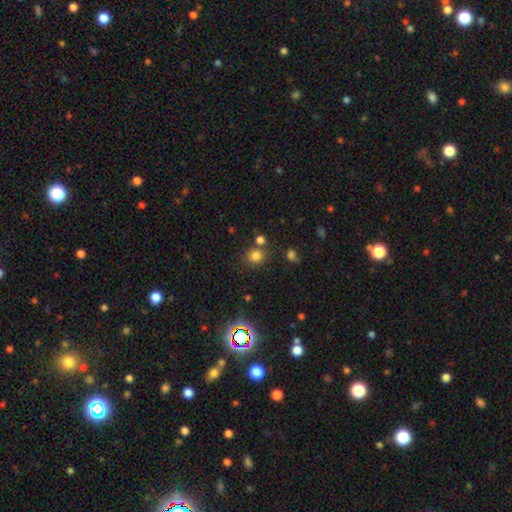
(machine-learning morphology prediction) A smooth galaxy with no disk features (77%) that is round (83%).

Vote fractions:
- Smooth or featured? smooth: 77% / star or artifact: 17% / featured or disk: 6%
- How rounded? round: 83% / in between: 16% / cigar-shaped: 1%
- Merging? none: 74% / merger: 13% / minor disturbance: 10% / major disturbance: 4%